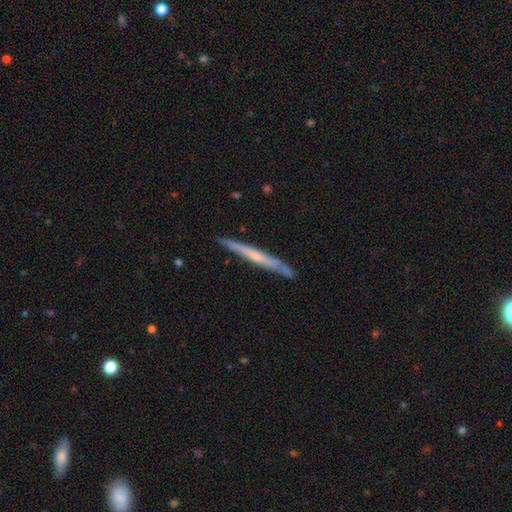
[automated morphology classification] A featured or disk galaxy (59%) viewed edge-on (95%) with no central bulge (59%). Merging: none (85%).